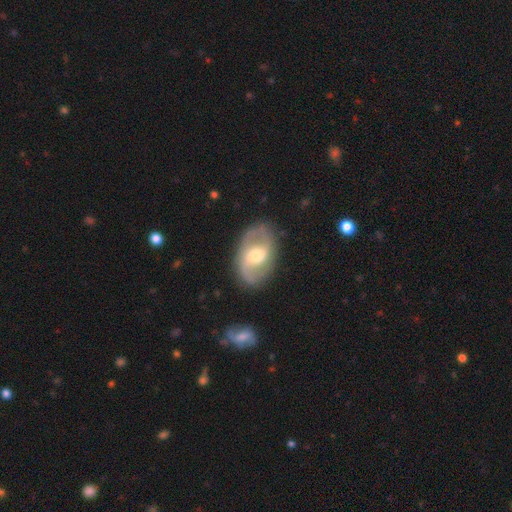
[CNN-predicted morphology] smooth-or-featured: featured or disk: 77% | smooth: 18% | star or artifact: 5%
  disk-edge-on: no: 96% | yes: 4%
    bar: weak: 49% | no: 31% | strong: 20%
    has-spiral-arms: yes: 87% | no: 13%
      spiral-winding: medium: 47% | loose: 36% | tight: 17%
      spiral-arm-count: 2: 89% | can't tell: 5% | 1: 2% | 3: 1% | 4: 1% | more than 4: 1%
    bulge-size: moderate: 67% | small: 21% | large: 10% | none: 1% | dominant: 1%
  merging: none: 82% | minor disturbance: 12% | major disturbance: 5% | merger: 1%